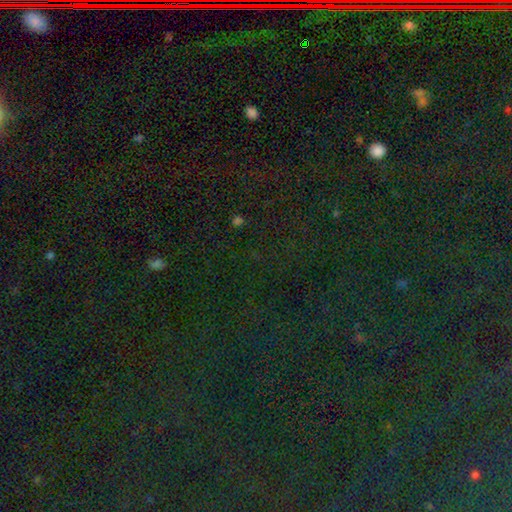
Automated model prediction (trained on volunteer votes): A star or artifact, not a galaxy (81%).